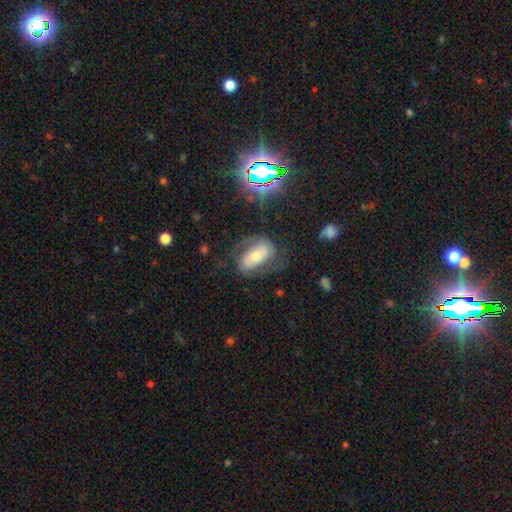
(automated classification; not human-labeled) Smooth or featured?
  - featured or disk: 64% *
  - smooth: 23%
  - star or artifact: 12%
Edge-on disk?
  - no: 95% *
  - yes: 5%
Bar?
  - no: 50% *
  - weak: 29%
  - strong: 21%
Spiral arms?
  - yes: 85% *
  - no: 15%
Spiral winding?
  - medium: 44% *
  - tight: 32%
  - loose: 24%
Spiral arm count?
  - 2: 79% *
  - can't tell: 12%
  - 1: 4%
  - 3: 2%
  - 4: 1%
  - more than 4: 1%
Bulge size?
  - moderate: 59% *
  - small: 30%
  - large: 7%
  - dominant: 2%
  - none: 2%
Merging?
  - none: 64% *
  - minor disturbance: 19%
  - major disturbance: 15%
  - merger: 2%